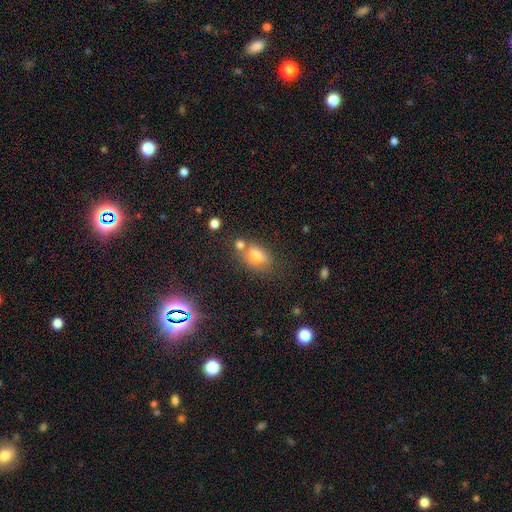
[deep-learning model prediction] Q: Smooth or featured?
A: smooth (74%); runner-up: star or artifact (13%)
Q: How rounded?
A: in between (74%); runner-up: round (24%)
Q: Merging?
A: none (54%); runner-up: merger (24%)